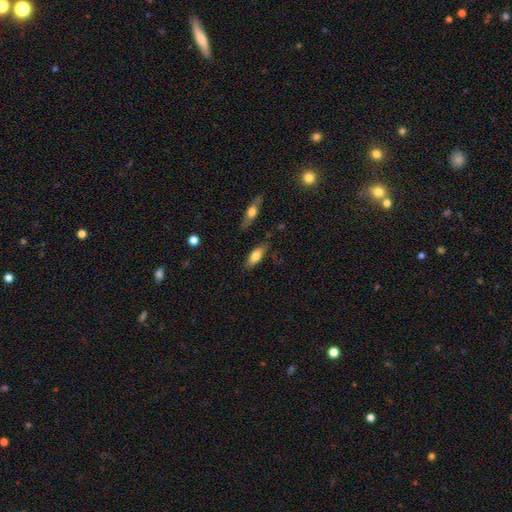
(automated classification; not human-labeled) Q: Smooth or featured?
A: smooth (72%); runner-up: featured or disk (21%)
Q: How rounded?
A: in between (70%); runner-up: cigar-shaped (27%)
Q: Merging?
A: none (79%); runner-up: minor disturbance (15%)